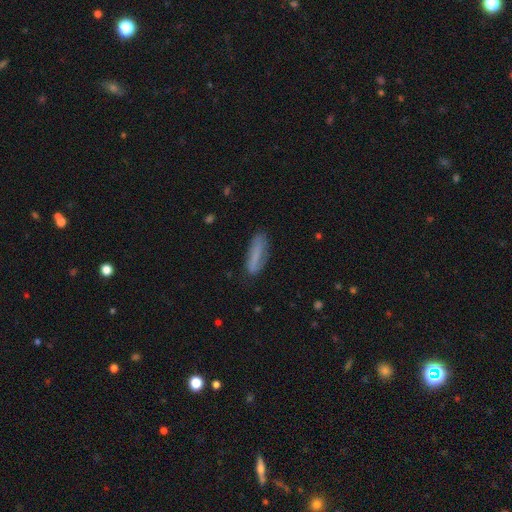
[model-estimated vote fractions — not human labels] Overall: smooth (70%). How rounded: cigar-shaped (67%; in between 31%). Merging: none (76%).